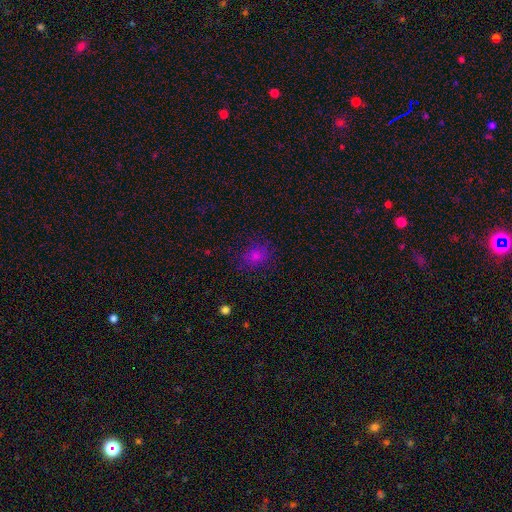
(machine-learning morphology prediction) Smooth or featured? smooth (66%)
How rounded? round (65%)
Merging? none (81%)